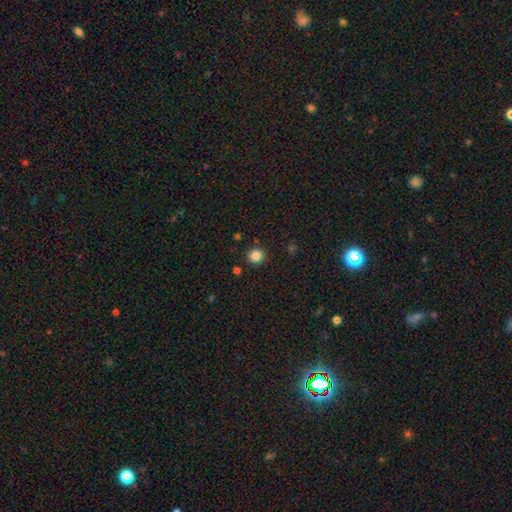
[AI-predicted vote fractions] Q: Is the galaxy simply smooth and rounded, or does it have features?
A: smooth — 85%.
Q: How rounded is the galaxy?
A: round — 91%.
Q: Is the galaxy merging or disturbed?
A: none — 90%.